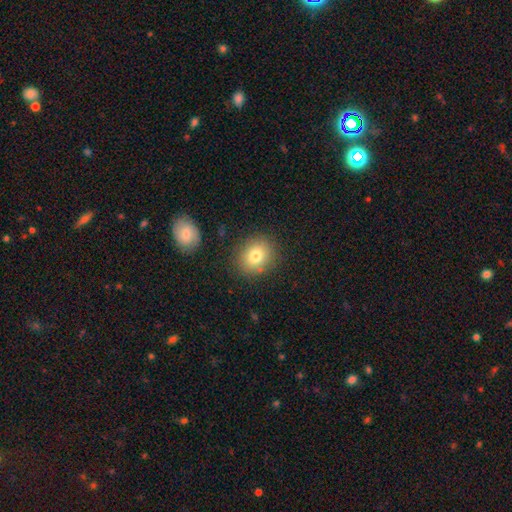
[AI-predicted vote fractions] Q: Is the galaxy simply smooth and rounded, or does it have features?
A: smooth — 79%.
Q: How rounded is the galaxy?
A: round — 75%.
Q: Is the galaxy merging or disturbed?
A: none — 83%.